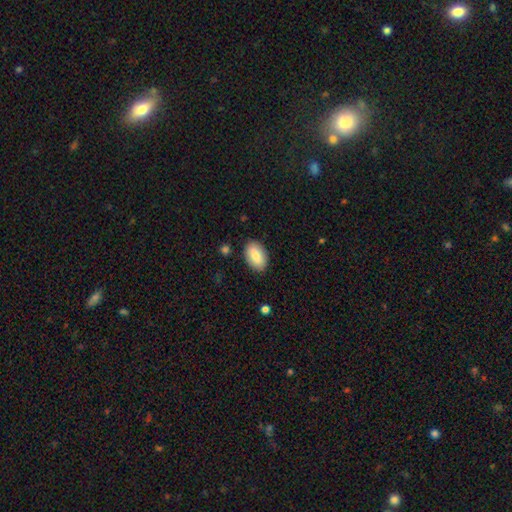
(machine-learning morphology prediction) smooth 82%, featured or disk 12%, star or artifact 6%. Down the decision tree: how rounded — in between (92%); merging — none (86%).